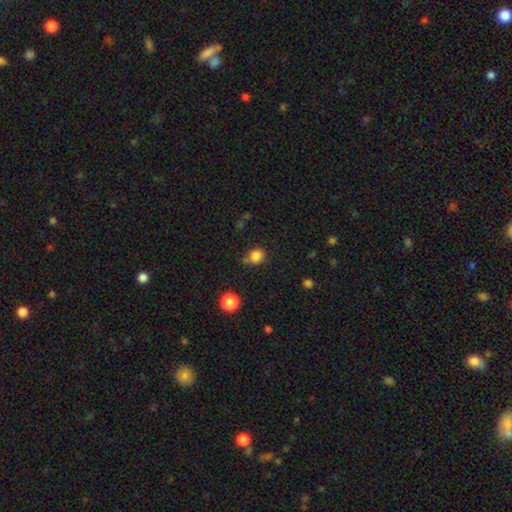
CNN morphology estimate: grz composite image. It shows a smooth galaxy with no disk features (83%) that is round (84%). Merging: none (72%).